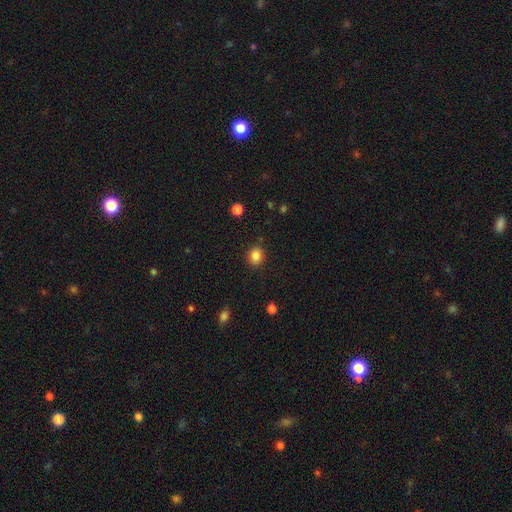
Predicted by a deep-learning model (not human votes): smooth 85%, star or artifact 11%, featured or disk 5%. Down the decision tree: how rounded — round (72%); merging — none (88%).